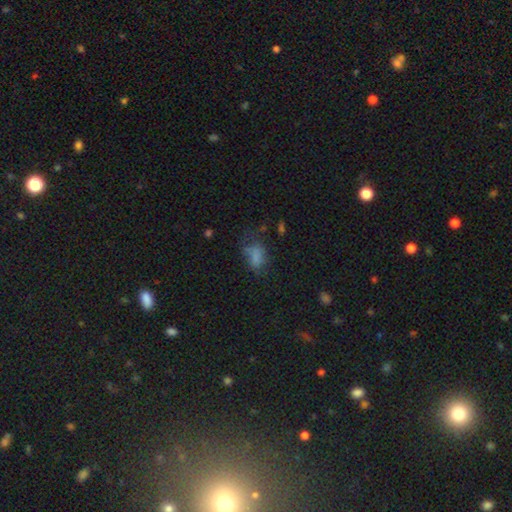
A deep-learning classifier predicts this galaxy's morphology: type=smooth (72%); roundness=in between (85%); merging=none (39%).